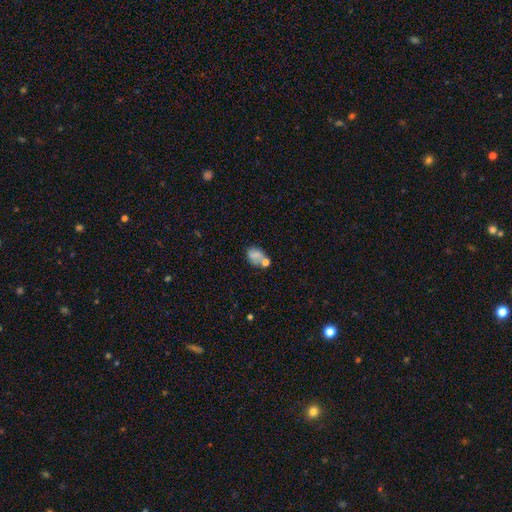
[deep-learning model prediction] smooth-or-featured: smooth: 71% | featured or disk: 18% | star or artifact: 11%
  how-rounded: in between: 73% | round: 26% | cigar-shaped: 1%
  merging: none: 40% | merger: 31% | minor disturbance: 19% | major disturbance: 10%